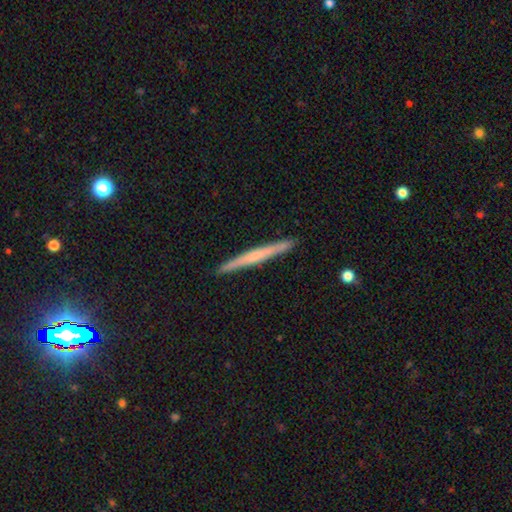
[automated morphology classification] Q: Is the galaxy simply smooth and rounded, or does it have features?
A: featured or disk — 54%.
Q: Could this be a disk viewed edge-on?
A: yes — 98%.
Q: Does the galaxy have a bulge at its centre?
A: none — 62%.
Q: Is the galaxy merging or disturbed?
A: none — 92%.